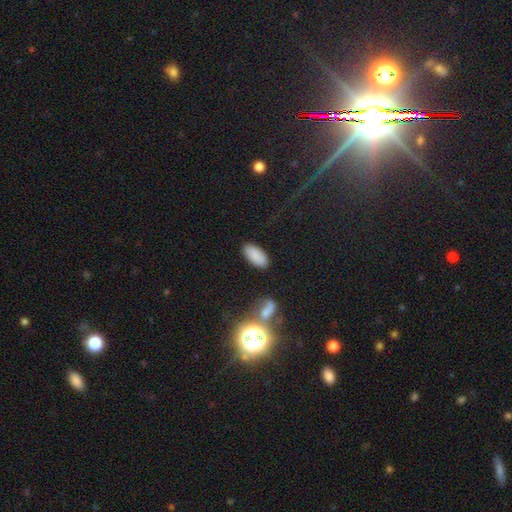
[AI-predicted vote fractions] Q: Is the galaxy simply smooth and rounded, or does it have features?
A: smooth — 87%.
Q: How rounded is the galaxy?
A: in between — 91%.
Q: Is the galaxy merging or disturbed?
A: none — 85%.